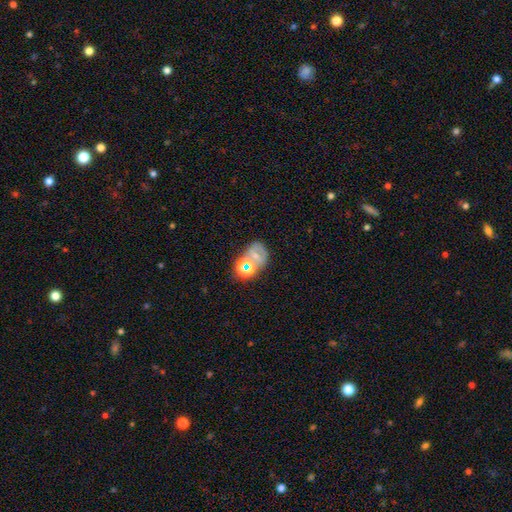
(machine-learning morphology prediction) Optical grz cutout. It shows a smooth galaxy with no disk features (42%). Merging: none (49%).